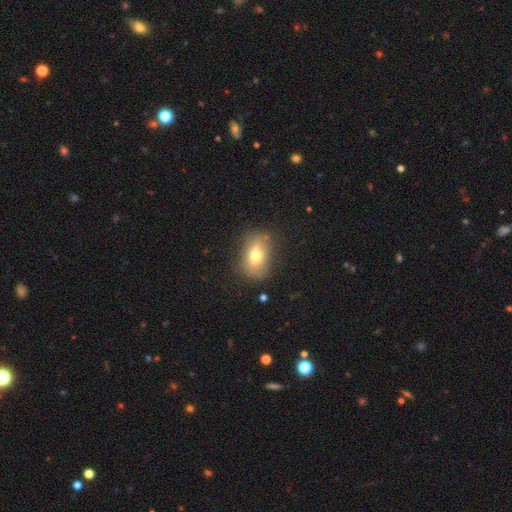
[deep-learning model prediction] smooth_or_featured: smooth (p=0.59) [alt: featured or disk p=0.31]
how_rounded: in between (p=0.77) [alt: round p=0.16]
merging: none (p=0.70) [alt: minor disturbance p=0.20]